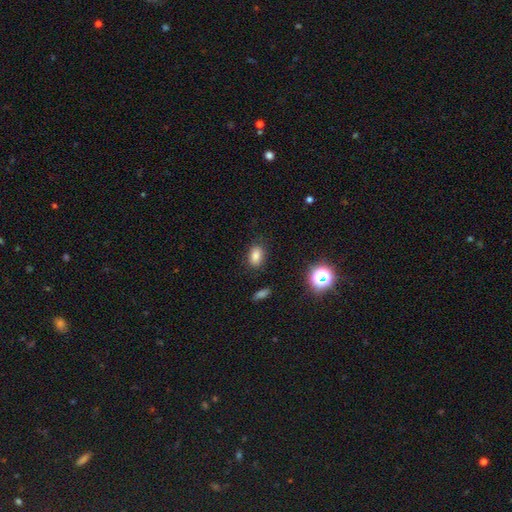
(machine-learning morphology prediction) Overall: smooth (81%). How rounded: in between (81%). Merging: none (84%).